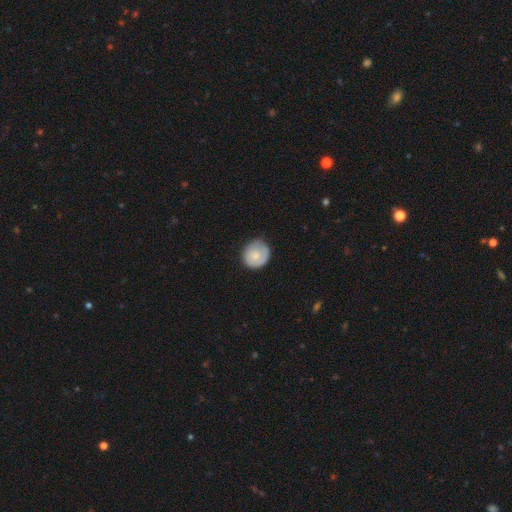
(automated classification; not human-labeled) This appears to be a smooth galaxy with no disk features (71%) that is round (88%). Merging: none (77%).